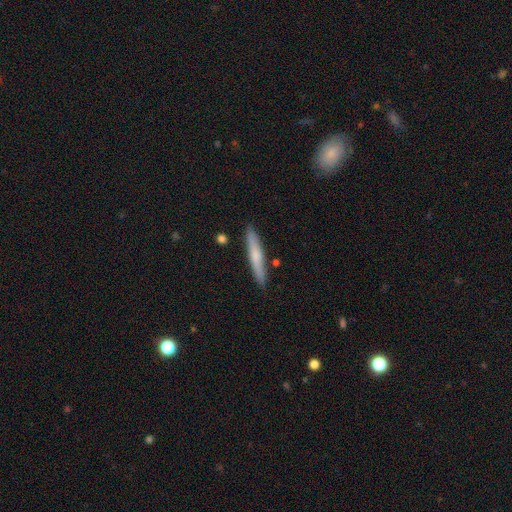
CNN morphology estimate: Overall: smooth (61%; featured or disk 34%). How rounded: cigar-shaped (94%). Merging: none (87%).